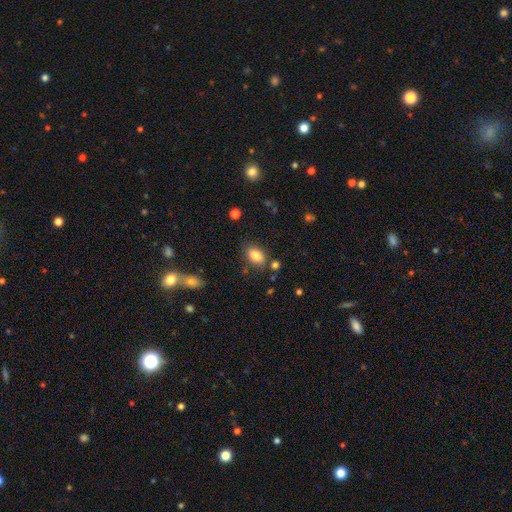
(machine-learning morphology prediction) type=smooth (84%); roundness=in between (86%); merging=none (76%).